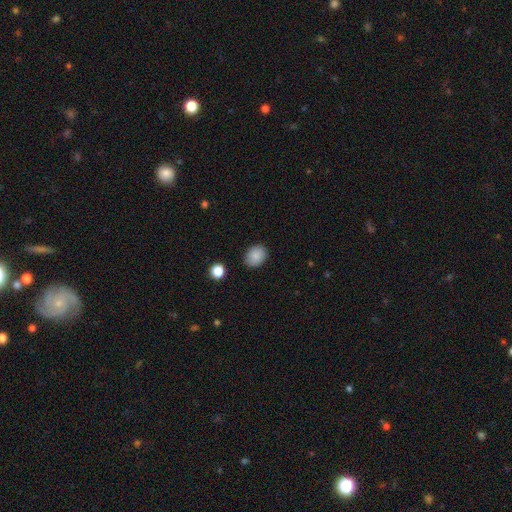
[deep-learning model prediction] A smooth galaxy with no disk features (88%) that is in between round and cigar-shaped (63%).

Vote fractions:
- Smooth or featured? smooth: 88% / star or artifact: 8% / featured or disk: 4%
- How rounded? in between: 63% / round: 36% / cigar-shaped: 1%
- Merging? none: 87% / minor disturbance: 9% / major disturbance: 2% / merger: 2%